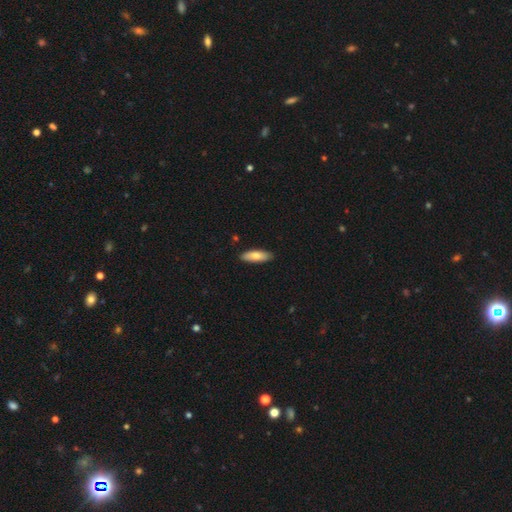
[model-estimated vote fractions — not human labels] Morphology: type=smooth (77%); roundness=in between (56%); merging=none (89%).